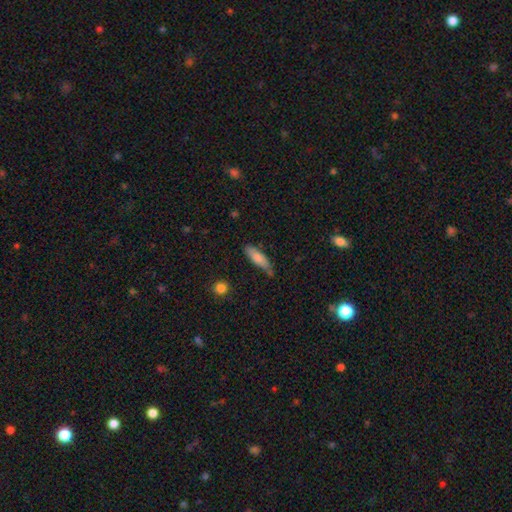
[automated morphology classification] This appears to be a smooth galaxy with no disk features (77%) that is cigar-shaped (56%). Merging: none (70%).